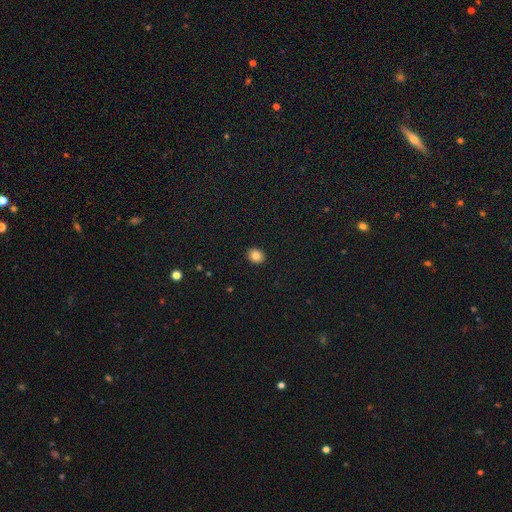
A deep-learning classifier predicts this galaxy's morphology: smooth_or_featured: smooth (p=0.85) [alt: star or artifact p=0.10]
how_rounded: round (p=0.54) [alt: in between p=0.45]
merging: none (p=0.91) [alt: minor disturbance p=0.06]